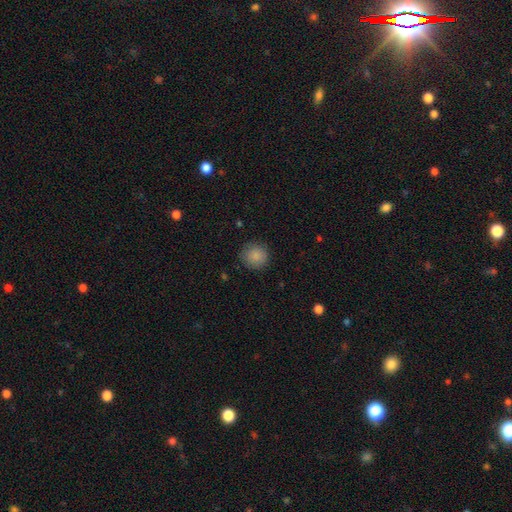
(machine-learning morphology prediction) Smooth or featured: smooth — 87% (star or artifact — 9%)
How rounded: round — 92% (in between — 7%)
Merging: none — 87% (minor disturbance — 9%)